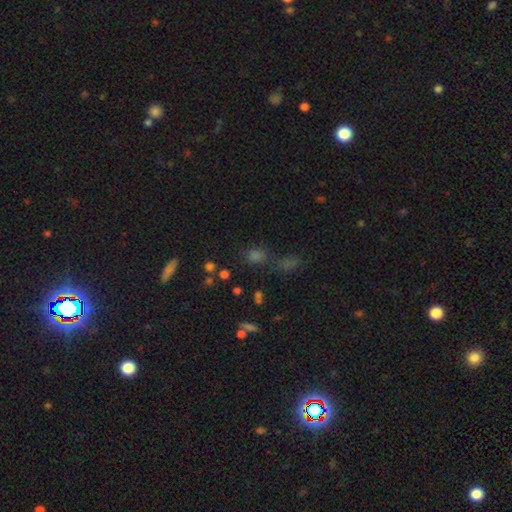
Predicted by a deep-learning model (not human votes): A smooth galaxy with no disk features (54%) that is round (51%).

Vote fractions:
- Smooth or featured? smooth: 54% / star or artifact: 37% / featured or disk: 8%
- How rounded? round: 51% / in between: 43% / cigar-shaped: 6%
- Merging? none: 61% / merger: 20% / minor disturbance: 12% / major disturbance: 7%